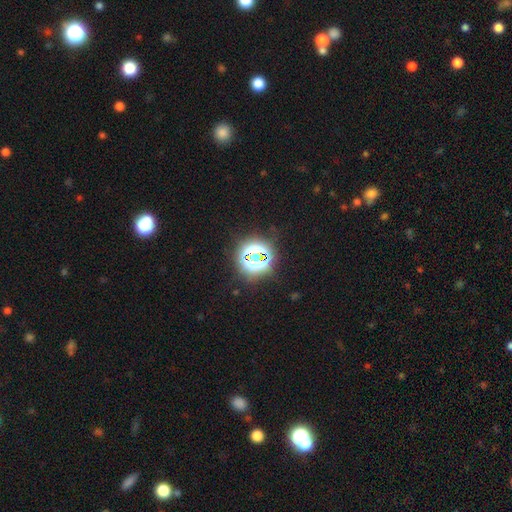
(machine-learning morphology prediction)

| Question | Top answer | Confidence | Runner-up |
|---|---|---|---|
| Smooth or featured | star or artifact | 72% | smooth (18%) |